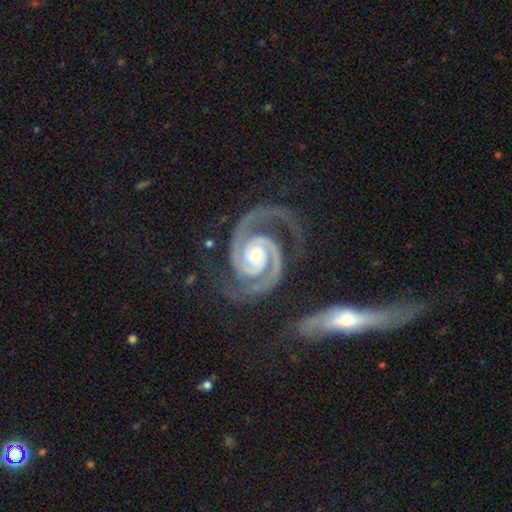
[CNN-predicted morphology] A featured or disk galaxy (94%) with no bar (68%), 2 (93%) tight (61%) spiral arms (99%) and a small central bulge (56%).

Vote fractions:
- Smooth or featured? featured or disk: 94% / star or artifact: 3% / smooth: 2%
- Edge-on disk? no: 98% / yes: 2%
- Bar? no: 68% / weak: 21% / strong: 11%
- Spiral arms? yes: 99% / no: 1%
- Spiral winding? tight: 61% / medium: 35% / loose: 4%
- Spiral arm count? 2: 93% / 3: 2% / can't tell: 1% / 1: 1% / 4: 1% / more than 4: 1%
- Bulge size? small: 56% / moderate: 35% / large: 4% / none: 3% / dominant: 1%
- Merging? none: 70% / minor disturbance: 16% / major disturbance: 9% / merger: 5%